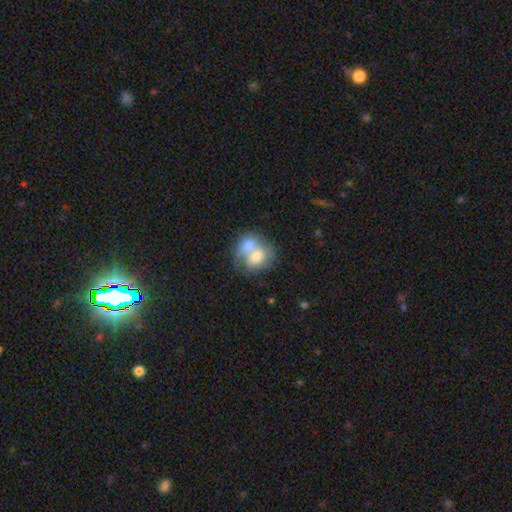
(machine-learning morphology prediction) This is likely a smooth galaxy (62%). How rounded: possibly round (55%). Merging: likely merger (72%).